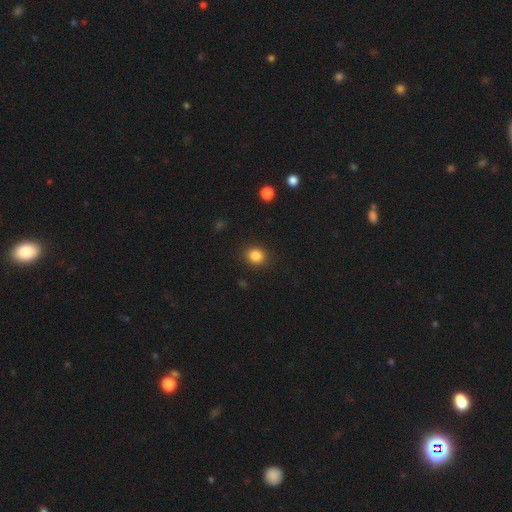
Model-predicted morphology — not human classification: Smooth or featured?
  - smooth: 85% *
  - star or artifact: 11%
  - featured or disk: 4%
How rounded?
  - round: 77% *
  - in between: 22%
  - cigar-shaped: 1%
Merging?
  - none: 90% *
  - minor disturbance: 6%
  - major disturbance: 2%
  - merger: 1%